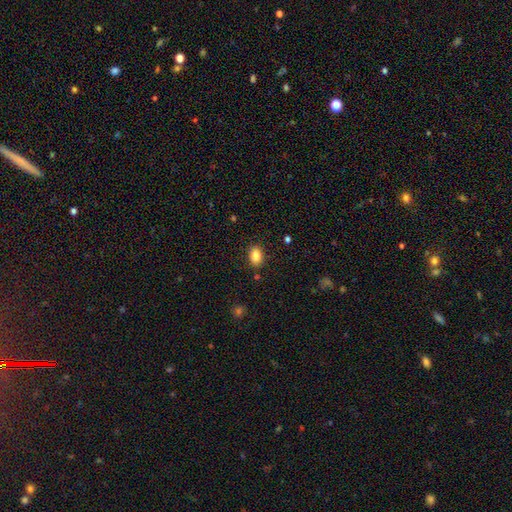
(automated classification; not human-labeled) A smooth galaxy with no disk features (85%) that is in between round and cigar-shaped (82%).

Vote fractions:
- Smooth or featured? smooth: 85% / star or artifact: 9% / featured or disk: 6%
- How rounded? in between: 82% / round: 17% / cigar-shaped: 1%
- Merging? none: 86% / minor disturbance: 10% / major disturbance: 2% / merger: 2%